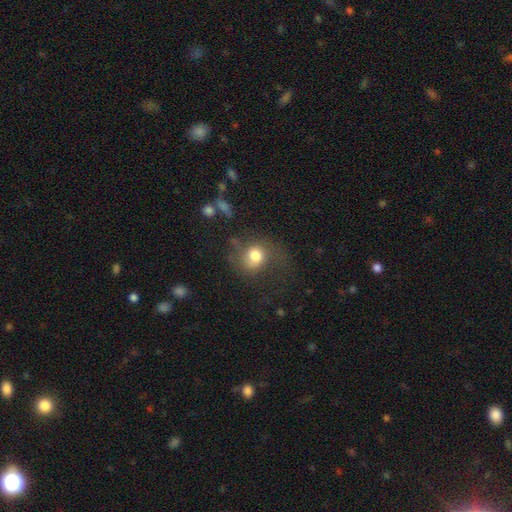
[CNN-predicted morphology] This is likely a smooth galaxy (72%). How rounded: likely round (69%). Merging: possibly none (47%).